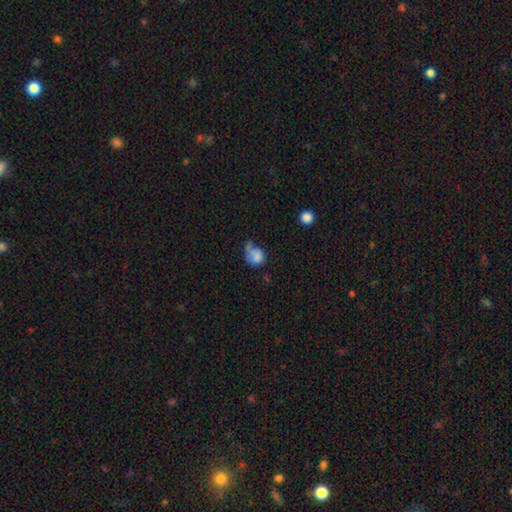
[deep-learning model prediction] Smooth or featured?
  - smooth: 73% *
  - featured or disk: 16%
  - star or artifact: 11%
How rounded?
  - round: 53% *
  - in between: 46%
  - cigar-shaped: 1%
Merging?
  - minor disturbance: 28% * (tied)
  - major disturbance: 28% * (tied)
  - none: 27%
  - merger: 18%